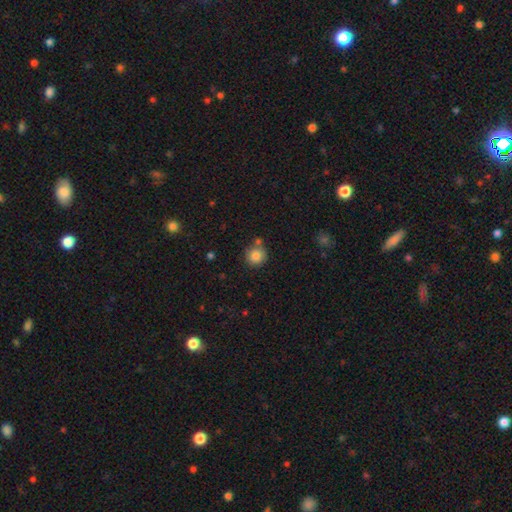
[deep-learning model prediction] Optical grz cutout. It shows a smooth galaxy with no disk features (85%) that is round (93%). Merging: none (75%).